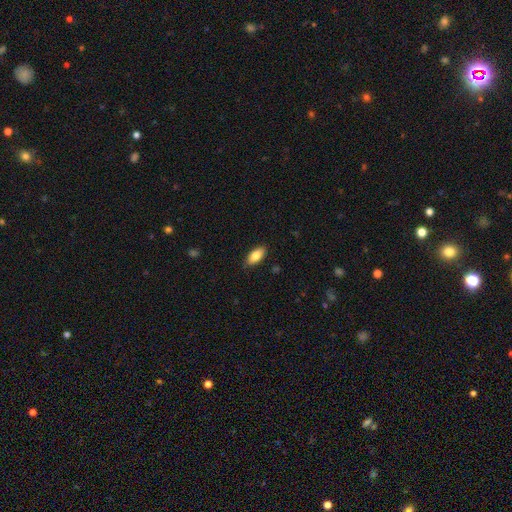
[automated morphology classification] This appears to be a smooth galaxy with no disk features (82%) that is in between round and cigar-shaped (89%). Merging: none (86%).